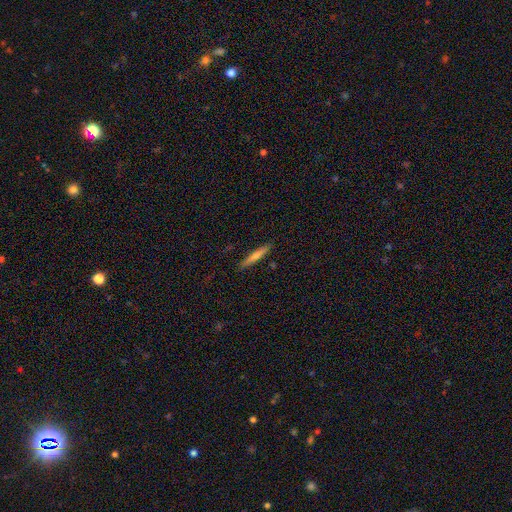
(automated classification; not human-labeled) Smooth or featured? smooth (59%)
How rounded? cigar-shaped (93%)
Merging? none (89%)